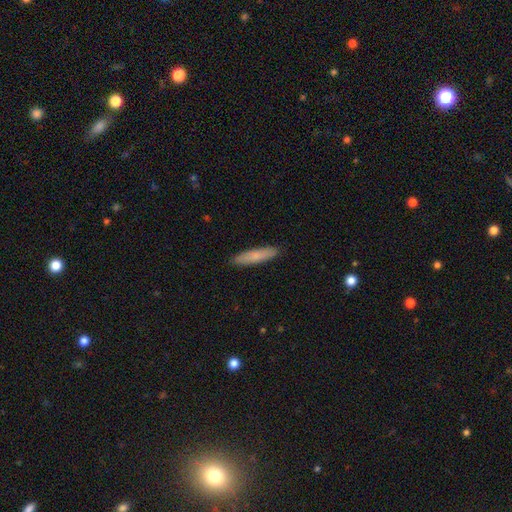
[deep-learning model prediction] Smooth or featured? smooth (77%)
How rounded? cigar-shaped (83%)
Merging? none (90%)